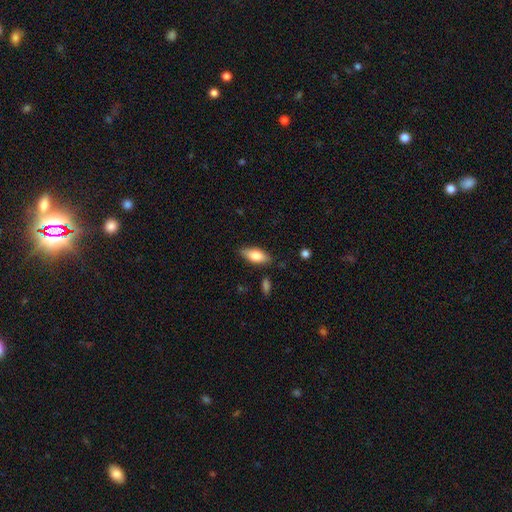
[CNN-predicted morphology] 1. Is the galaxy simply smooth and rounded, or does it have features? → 77% smooth, 16% featured or disk, 6% star or artifact.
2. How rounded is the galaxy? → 81% in between, 16% cigar-shaped, 3% round.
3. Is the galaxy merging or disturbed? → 81% none, 14% minor disturbance, 3% major disturbance, 2% merger.